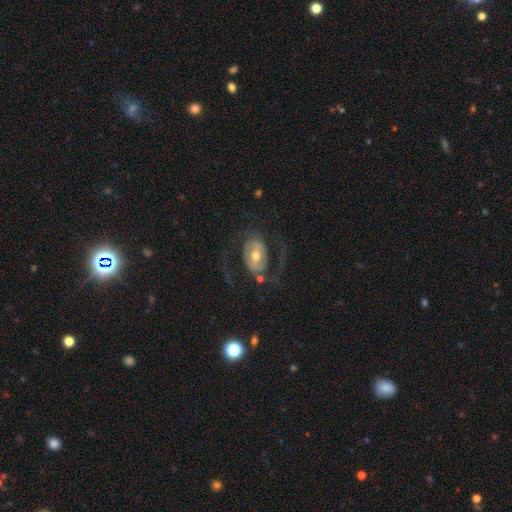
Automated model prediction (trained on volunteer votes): featured or disk 78%, smooth 16%, star or artifact 6%. Down the decision tree: edge-on disk — no (96%); bar — weak (40%); spiral arms — yes (81%); spiral arm count — 2 (87%); spiral winding — medium (44%); bulge size — moderate (72%); merging — none (63%).